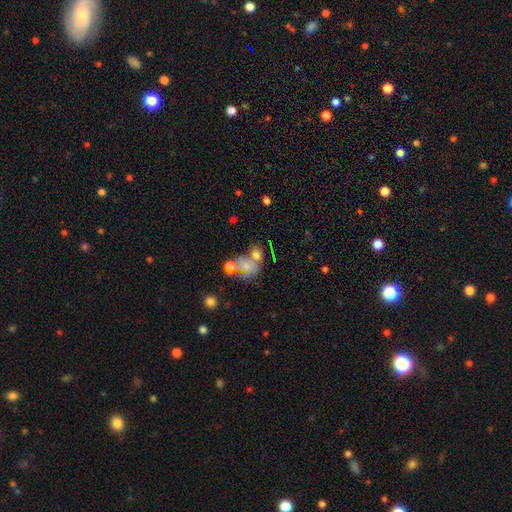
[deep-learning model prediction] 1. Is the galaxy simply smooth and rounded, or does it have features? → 39% star or artifact, 35% smooth, 26% featured or disk.